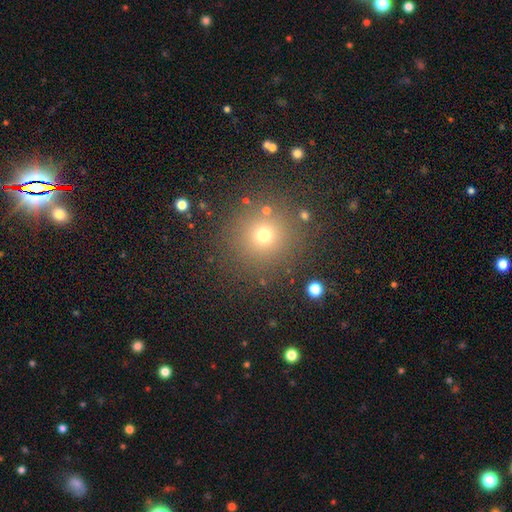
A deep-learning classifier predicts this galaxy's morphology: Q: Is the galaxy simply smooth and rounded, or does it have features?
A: smooth — 57%.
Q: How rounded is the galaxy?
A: round — 94%.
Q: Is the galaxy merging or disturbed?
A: none — 88%.